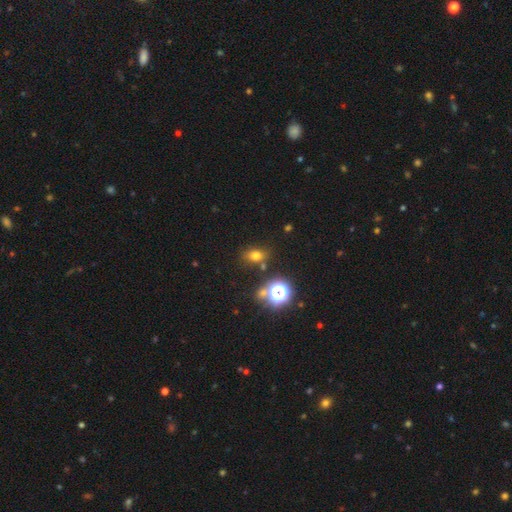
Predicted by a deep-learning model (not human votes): This is likely a smooth galaxy (69%). How rounded: likely in between (64%). Merging: likely none (76%).